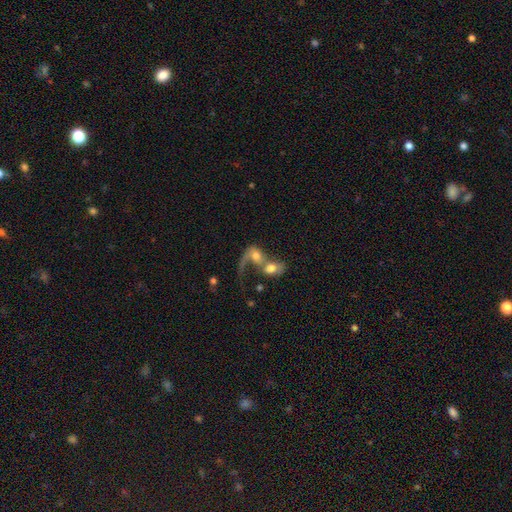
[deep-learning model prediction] Smooth or featured? smooth (49%)
Merging? merger (78%)